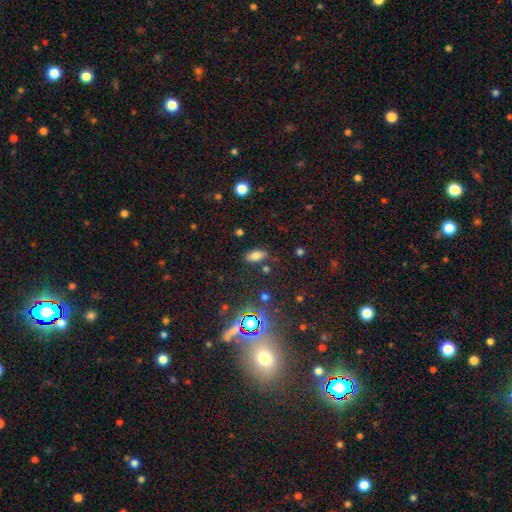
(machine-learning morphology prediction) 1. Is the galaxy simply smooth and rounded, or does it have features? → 73% smooth, 17% star or artifact, 11% featured or disk.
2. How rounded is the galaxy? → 86% in between, 9% cigar-shaped, 5% round.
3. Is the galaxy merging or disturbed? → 80% none, 13% minor disturbance, 4% merger, 3% major disturbance.